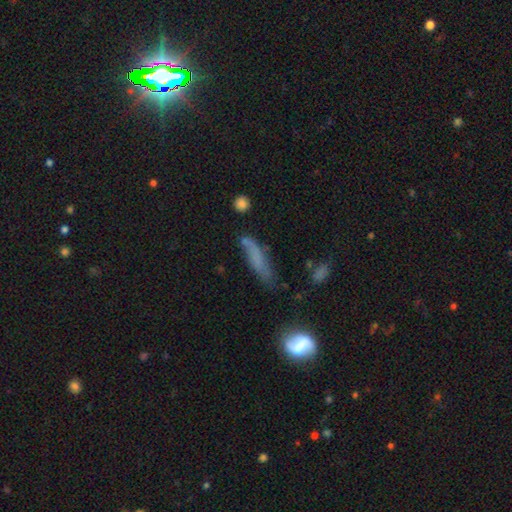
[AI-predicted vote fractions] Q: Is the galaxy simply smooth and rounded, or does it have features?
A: smooth — 59%.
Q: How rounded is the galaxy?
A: cigar-shaped — 76%.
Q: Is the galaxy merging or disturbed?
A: none — 56%.